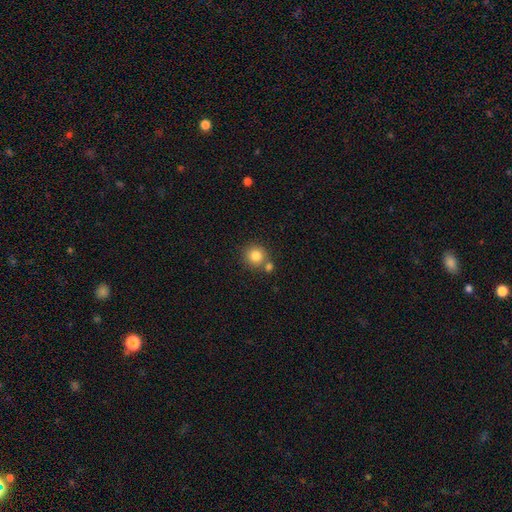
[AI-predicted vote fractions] smooth 83%, star or artifact 10%, featured or disk 7%. Down the decision tree: how rounded — round (91%); merging — none (68%).